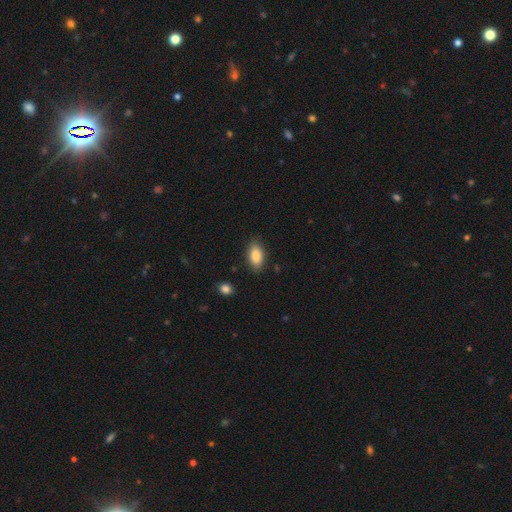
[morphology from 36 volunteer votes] Volunteers were most divided on "how rounded": in between: 82%, cigar-shaped: 18%, round: 0%. More confident: smooth or featured — smooth (92%); merging — none (79%).